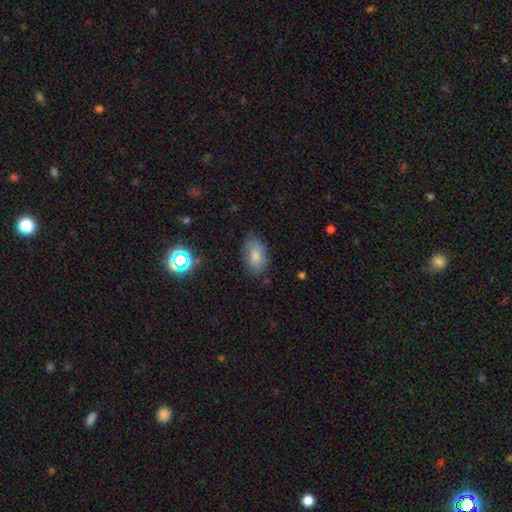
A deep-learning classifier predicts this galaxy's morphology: Smooth or featured? Predicted: smooth (p=0.80). How rounded? Predicted: in between (p=0.91). Merging? Predicted: none (p=0.72).